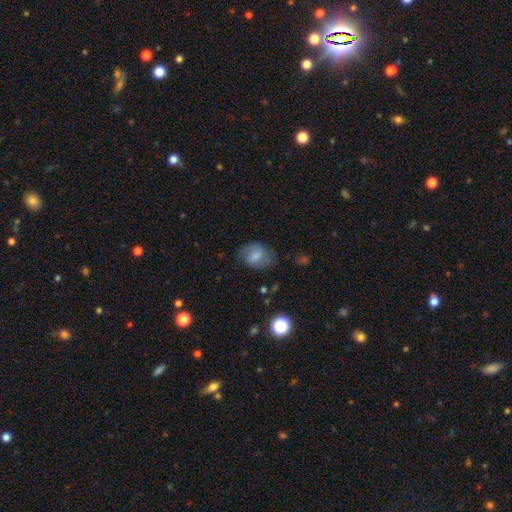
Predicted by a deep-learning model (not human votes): The model was most divided on "how rounded": in between: 57%, round: 41%, cigar-shaped: 1%. More confident: smooth or featured — smooth (69%); merging — none (68%).